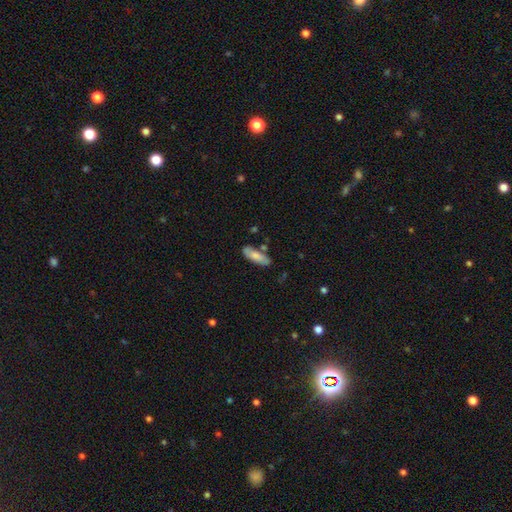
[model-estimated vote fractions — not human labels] Overall: smooth (73%). How rounded: in between (60%; cigar-shaped 38%). Merging: none (72%).